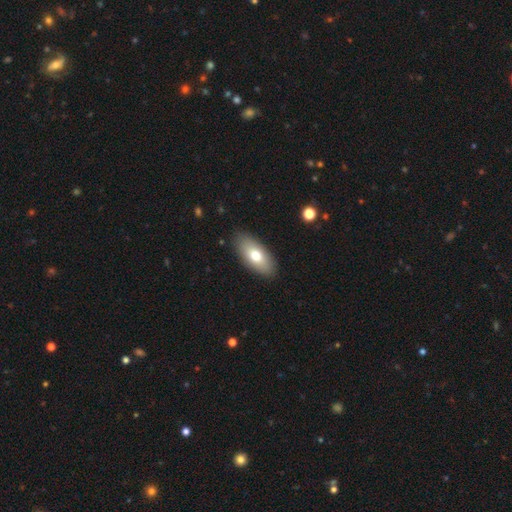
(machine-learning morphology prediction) type=smooth (72%); roundness=in between (89%); merging=none (87%).